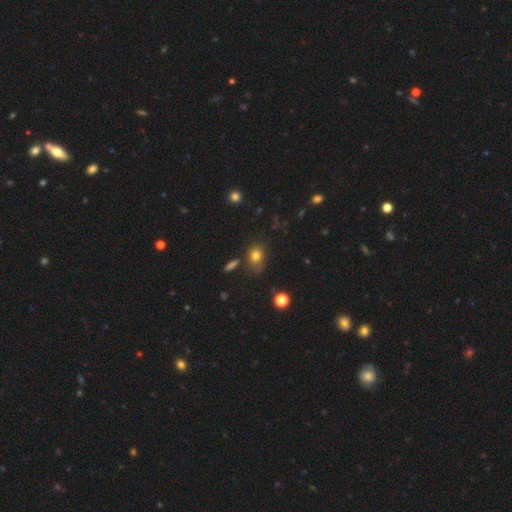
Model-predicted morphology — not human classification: This is likely a smooth galaxy (77%). How rounded: possibly in between (52%). Merging: possibly none (58%).